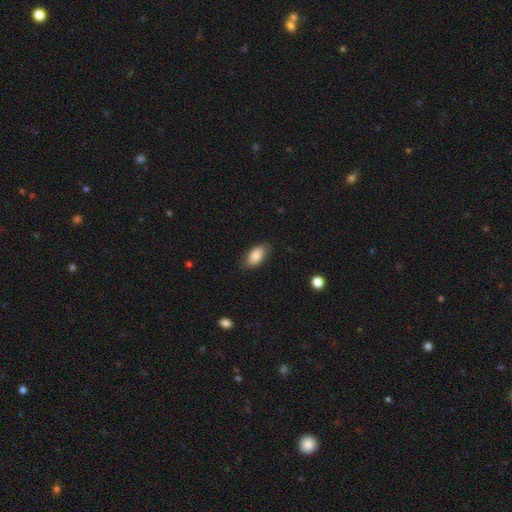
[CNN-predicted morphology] smooth-or-featured: smooth: 85% | featured or disk: 9% | star or artifact: 7%
  how-rounded: in between: 92% | cigar-shaped: 5% | round: 3%
  merging: none: 83% | minor disturbance: 14% | major disturbance: 3% | merger: 1%